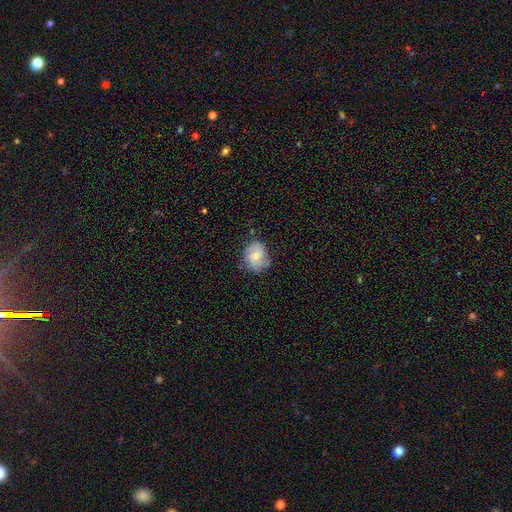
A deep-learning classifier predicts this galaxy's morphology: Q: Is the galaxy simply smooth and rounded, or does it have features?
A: smooth — 70%.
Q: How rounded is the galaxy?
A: round — 65%.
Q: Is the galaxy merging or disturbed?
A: none — 71%.